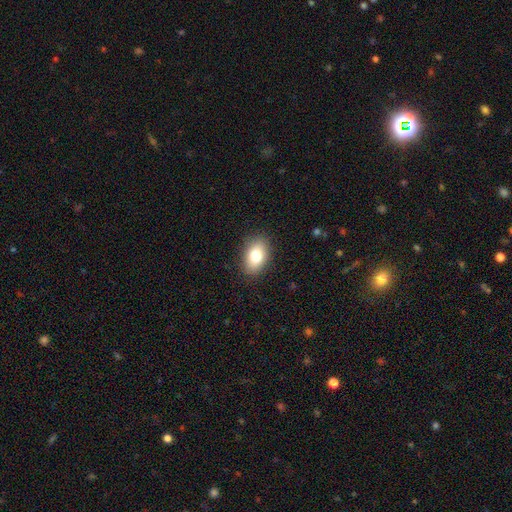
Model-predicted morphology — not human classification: smooth 80%, featured or disk 12%, star or artifact 8%. Down the decision tree: how rounded — in between (88%); merging — none (87%).